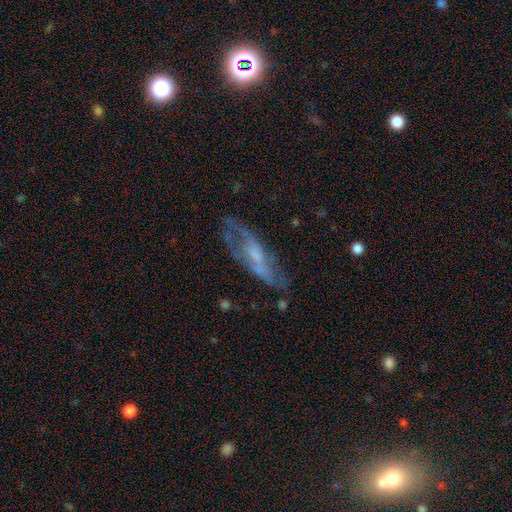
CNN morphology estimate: Overall: featured or disk (62%; smooth 29%). Edge-on disk: no (71%). Merging: none (54%; minor disturbance 24%).